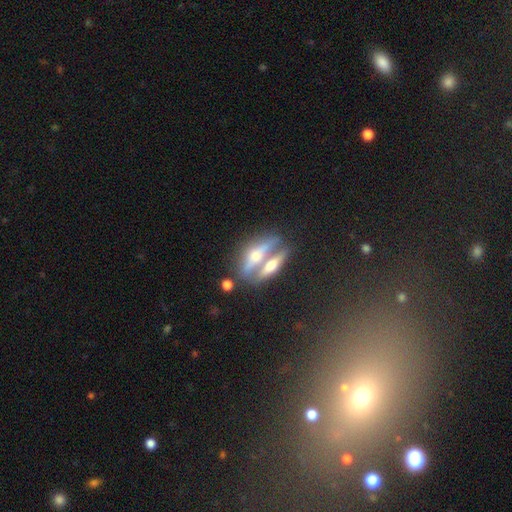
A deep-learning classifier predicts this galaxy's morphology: smooth-or-featured: featured or disk: 58% | smooth: 34% | star or artifact: 8%
  disk-edge-on: yes: 76% | no: 24%
  merging: merger: 52% | none: 34% | minor disturbance: 9% | major disturbance: 6%